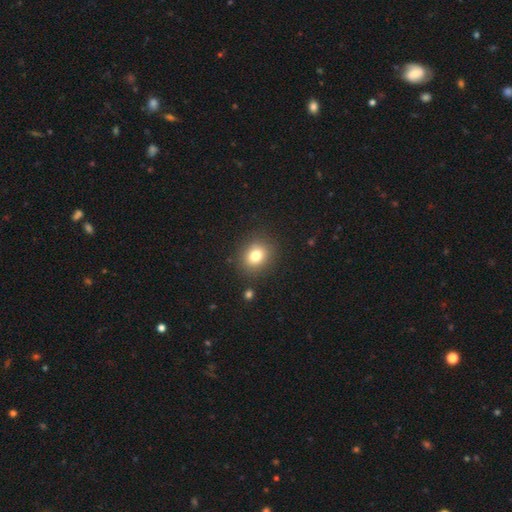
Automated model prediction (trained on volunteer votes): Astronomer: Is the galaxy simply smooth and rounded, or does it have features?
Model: smooth — 78%.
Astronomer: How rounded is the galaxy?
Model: round — 64%.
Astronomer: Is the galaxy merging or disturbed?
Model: none — 85%.